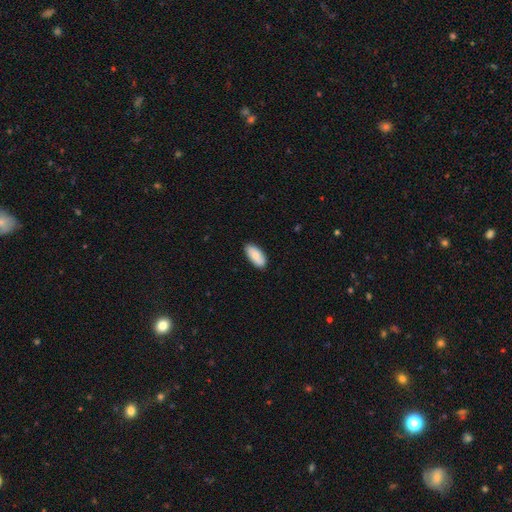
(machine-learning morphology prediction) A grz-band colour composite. It shows a smooth galaxy with no disk features (84%) that is in between round and cigar-shaped (90%). Merging: none (87%).